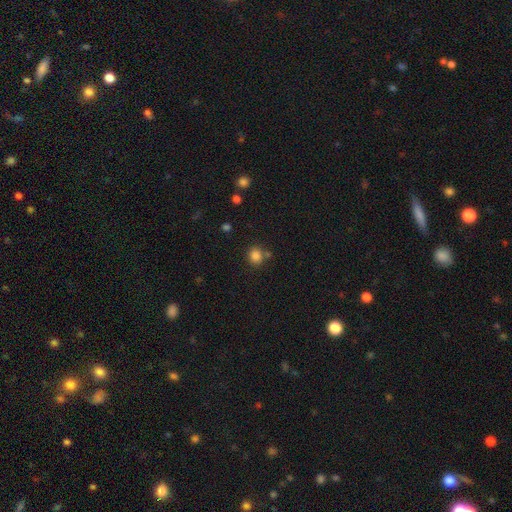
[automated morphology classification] This appears to be a smooth galaxy with no disk features (84%) that is round (79%). Merging: none (74%).